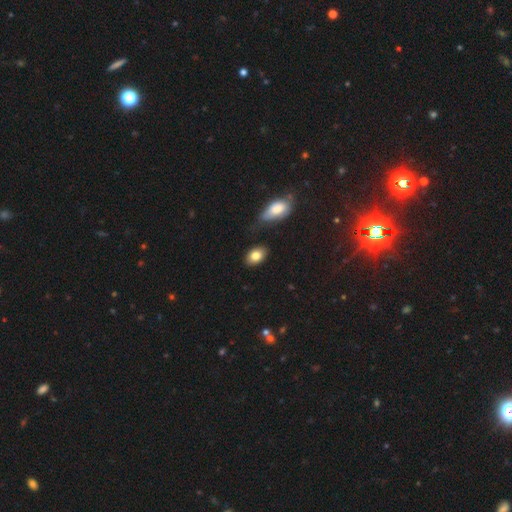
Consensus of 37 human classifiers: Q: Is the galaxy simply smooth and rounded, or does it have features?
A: smooth — 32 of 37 (86%).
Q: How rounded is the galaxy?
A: in between — 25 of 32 (78%).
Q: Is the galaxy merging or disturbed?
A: none — 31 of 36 (86%).